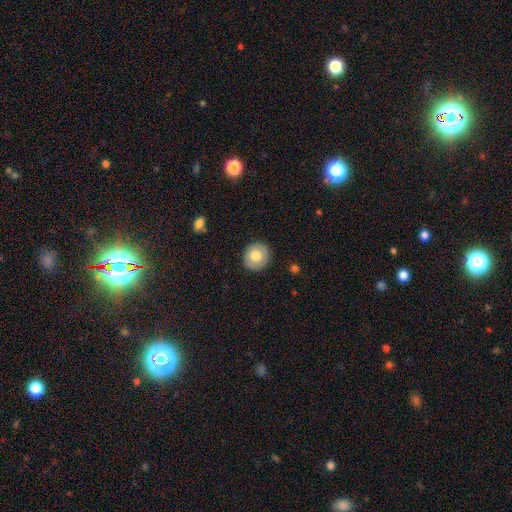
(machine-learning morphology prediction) smooth-or-featured: smooth: 74% | featured or disk: 19% | star or artifact: 7%
  how-rounded: round: 90% | in between: 9% | cigar-shaped: 1%
  merging: none: 90% | minor disturbance: 7% | major disturbance: 2% | merger: 1%